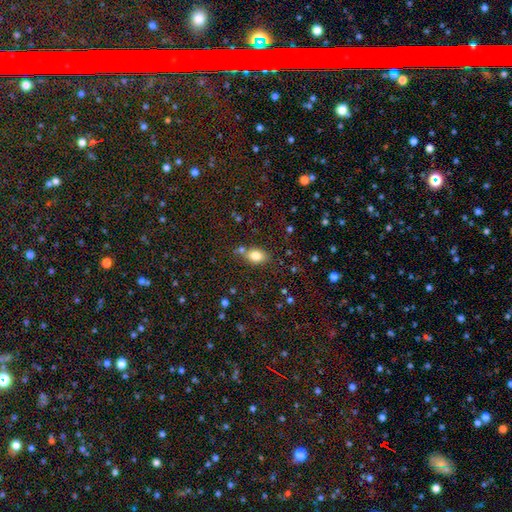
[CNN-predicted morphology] A smooth galaxy with no disk features (80%) that is in between round and cigar-shaped (78%). Merging: none (70%).